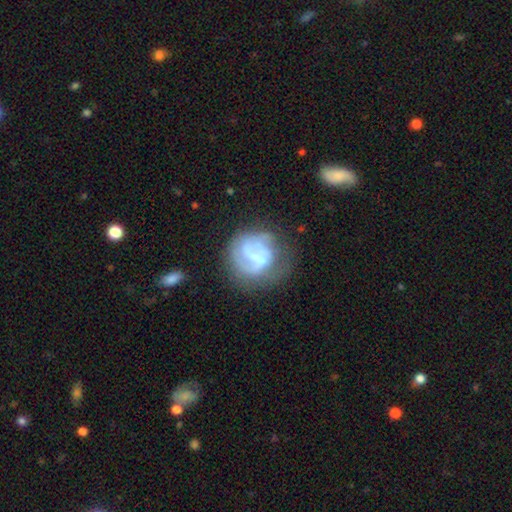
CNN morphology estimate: A featured or disk galaxy (61%) with no bar (41%), spiral arms (70%) and no central bulge (40%).

Vote fractions:
- Smooth or featured? featured or disk: 61% / smooth: 30% / star or artifact: 8%
- Edge-on disk? no: 98% / yes: 2%
- Bar? no: 41% / weak: 40% / strong: 19%
- Spiral arms? yes: 70% / no: 30%
- Bulge size? none: 40% / small: 32% / moderate: 17% / large: 8% / dominant: 3%
- Merging? none: 48% / major disturbance: 27% / minor disturbance: 22% / merger: 4%